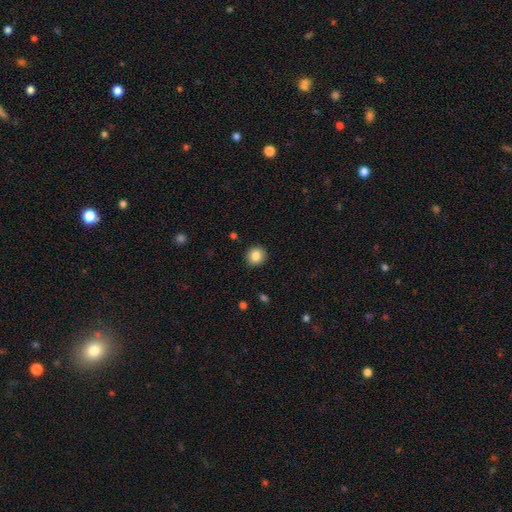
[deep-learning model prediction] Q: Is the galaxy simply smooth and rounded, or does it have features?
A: smooth — 84%.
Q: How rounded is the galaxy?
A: round — 89%.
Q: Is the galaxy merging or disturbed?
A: none — 91%.